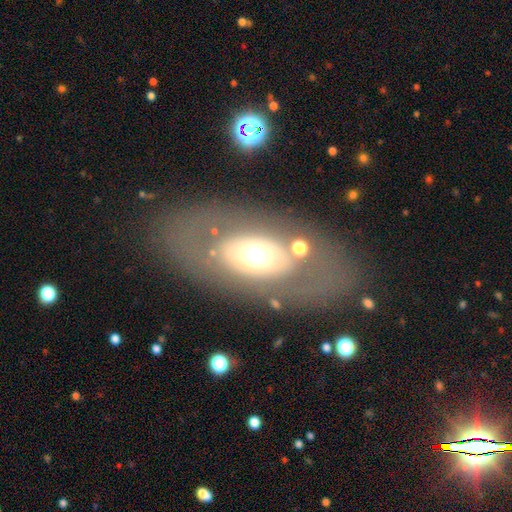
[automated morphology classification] Smooth or featured? featured or disk (51%)
Edge-on disk? no (87%)
Merging? none (77%)